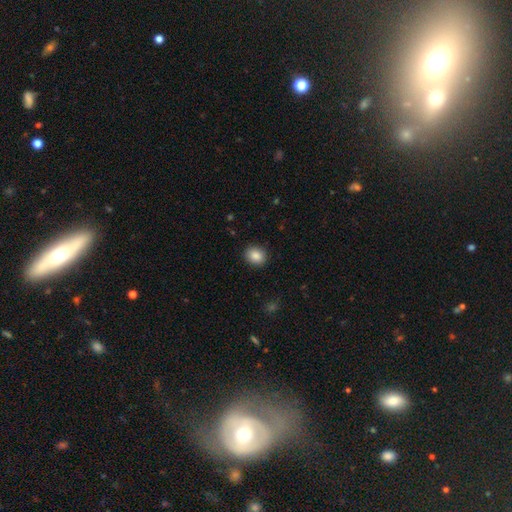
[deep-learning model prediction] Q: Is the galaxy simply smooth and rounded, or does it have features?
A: smooth — 88%.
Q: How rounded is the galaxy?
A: round — 62%.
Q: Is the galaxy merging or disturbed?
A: none — 90%.